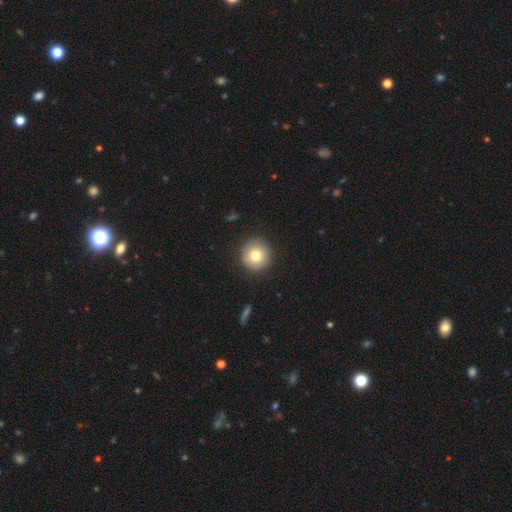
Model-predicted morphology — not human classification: smooth-or-featured: smooth: 79% | featured or disk: 12% | star or artifact: 9%
  how-rounded: round: 95% | in between: 4% | cigar-shaped: 1%
  merging: none: 89% | minor disturbance: 7% | major disturbance: 2% | merger: 1%